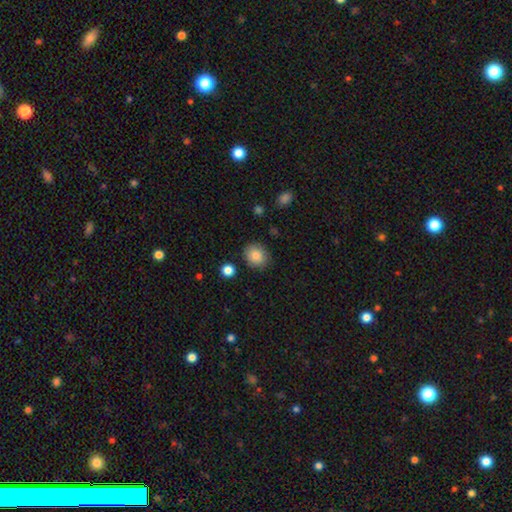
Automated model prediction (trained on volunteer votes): smooth 86%, star or artifact 8%, featured or disk 6%. Down the decision tree: how rounded — round (63%); merging — none (84%).